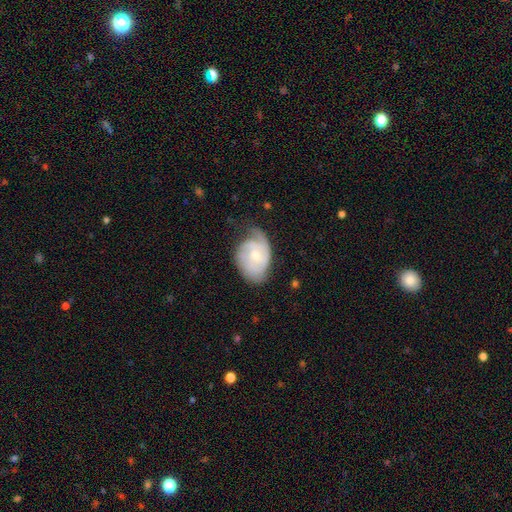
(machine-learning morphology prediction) Smooth or featured? Predicted: featured or disk (p=0.63). Edge-on disk? Predicted: no (p=0.96). Bar? Predicted: no (p=0.67). Spiral arms? Predicted: yes (p=0.82). Bulge size? Predicted: small (p=0.48, tied with moderate). Merging? Predicted: none (p=0.41).